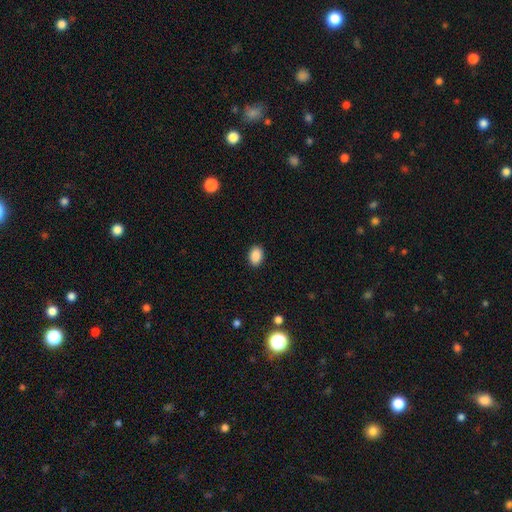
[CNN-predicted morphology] Smooth or featured: smooth — 89% (star or artifact — 8%)
How rounded: in between — 80% (round — 19%)
Merging: none — 90% (minor disturbance — 7%)